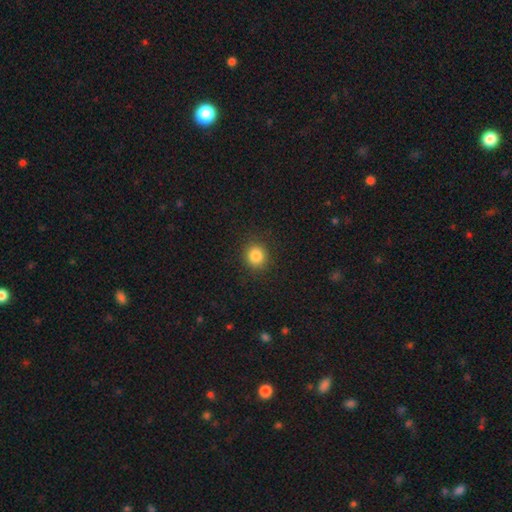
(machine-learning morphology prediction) Overall: smooth (85%). How rounded: round (88%). Merging: none (90%).